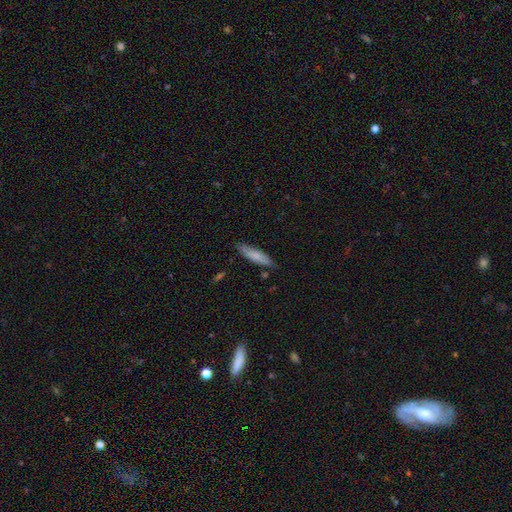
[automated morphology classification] This appears to be a smooth galaxy with no disk features (78%) that is cigar-shaped (74%). Merging: none (80%).